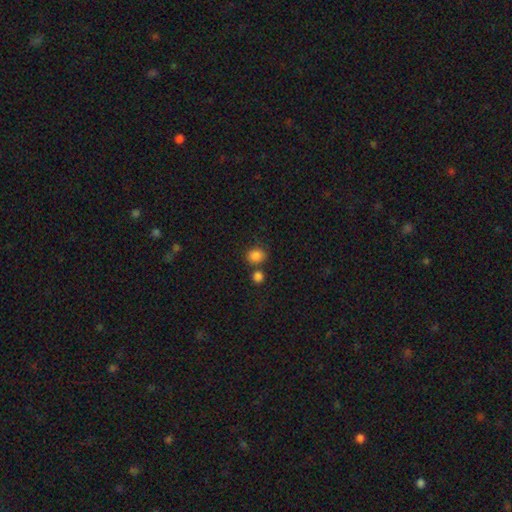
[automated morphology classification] smooth 85%, star or artifact 10%, featured or disk 5%. Down the decision tree: how rounded — round (62%); merging — none (63%).